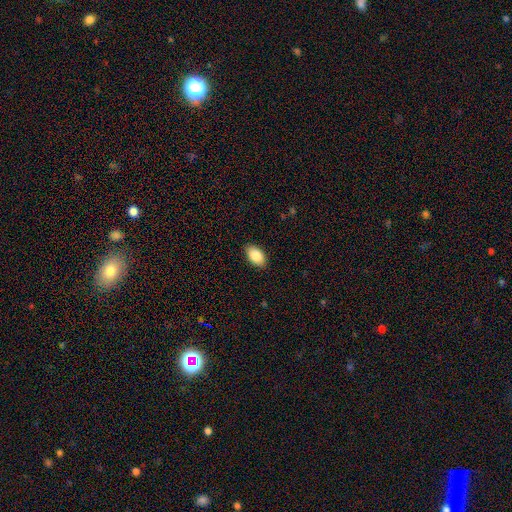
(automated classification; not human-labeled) This is clearly a smooth galaxy (86%). How rounded: clearly in between (93%). Merging: clearly none (89%).